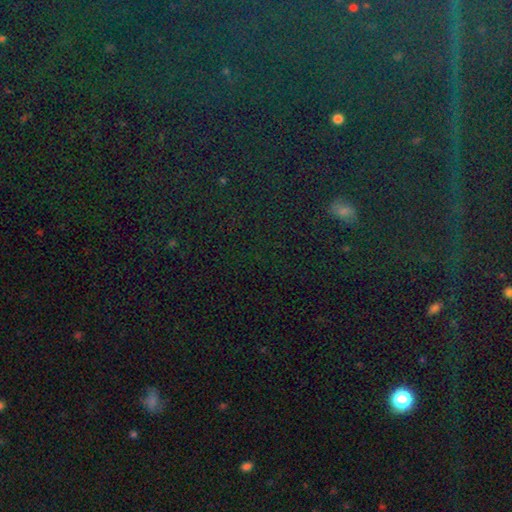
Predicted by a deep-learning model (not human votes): smooth_or_featured: star or artifact (p=0.74) [alt: smooth p=0.17]